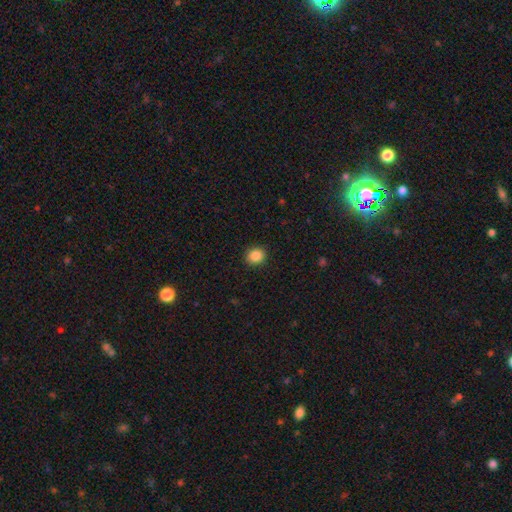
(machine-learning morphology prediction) Smooth or featured? smooth (87%)
How rounded? round (74%)
Merging? none (91%)